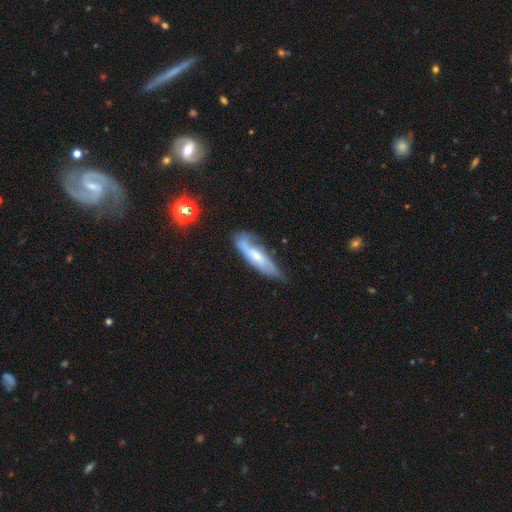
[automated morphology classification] This appears to be a featured or disk galaxy (52%). Merging: none (52%).